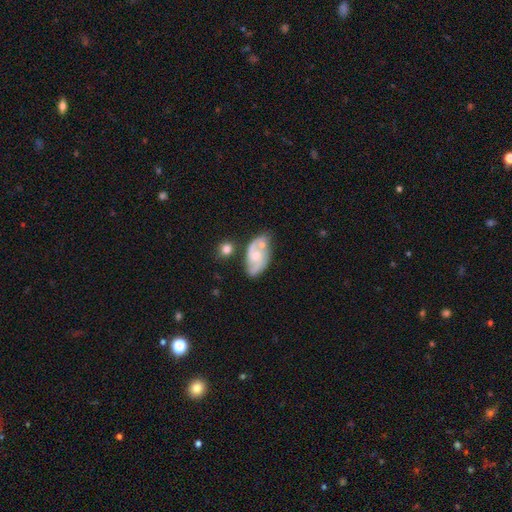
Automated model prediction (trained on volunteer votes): A featured or disk galaxy (71%) with no bar (63%), 2 (83%) medium (45%) spiral arms (85%) and a moderate central bulge (49%). Merging: none (51%).